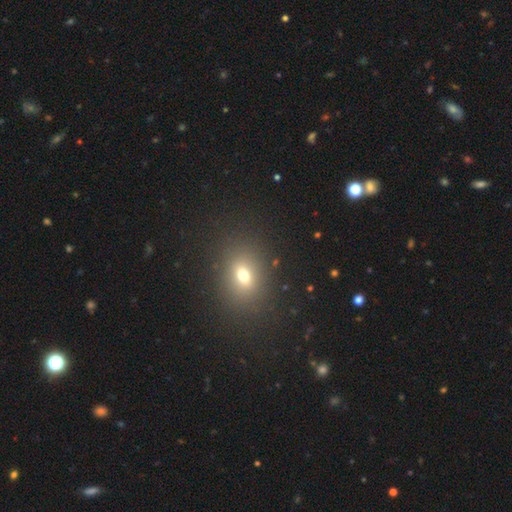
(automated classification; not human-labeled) Smooth or featured: smooth — 62% (star or artifact — 29%)
How rounded: in between — 56% (round — 42%)
Merging: none — 89% (minor disturbance — 7%)